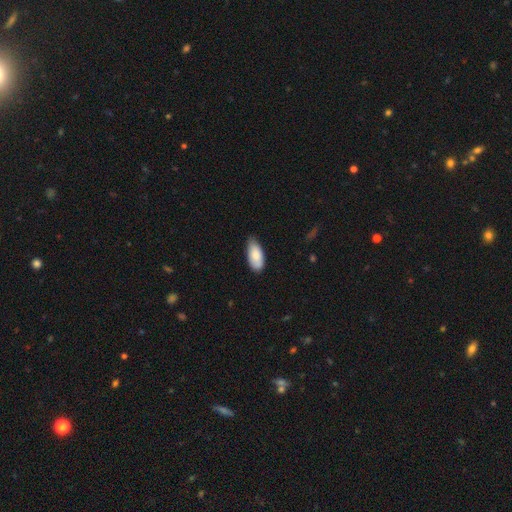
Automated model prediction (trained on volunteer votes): Smooth or featured?
  - smooth: 85% *
  - featured or disk: 9%
  - star or artifact: 6%
How rounded?
  - in between: 92% *
  - cigar-shaped: 6%
  - round: 2%
Merging?
  - none: 65% *
  - minor disturbance: 31%
  - major disturbance: 4%
  - merger: 1%